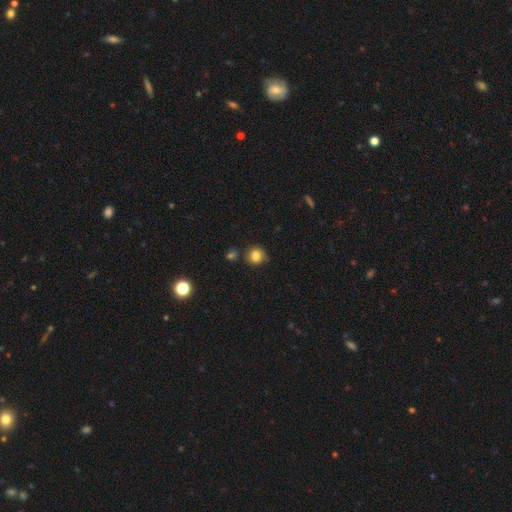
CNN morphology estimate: Smooth or featured: smooth — 83% (star or artifact — 11%)
How rounded: round — 86% (in between — 13%)
Merging: none — 73% (minor disturbance — 18%)